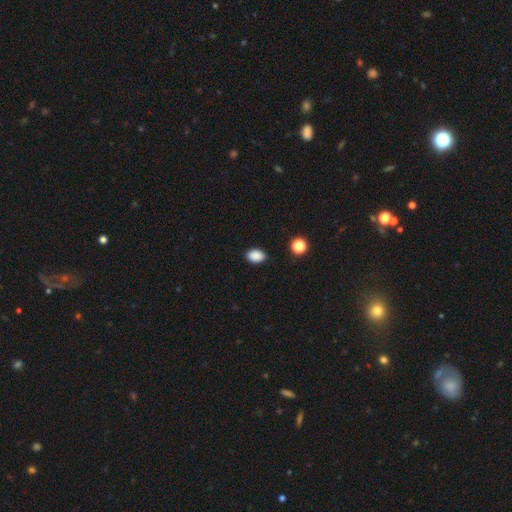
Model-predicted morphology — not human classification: Smooth or featured? Predicted: smooth (p=0.88). How rounded? Predicted: in between (p=0.78). Merging? Predicted: none (p=0.87).